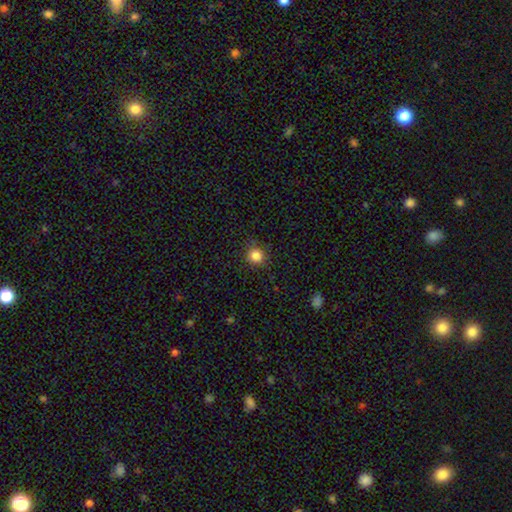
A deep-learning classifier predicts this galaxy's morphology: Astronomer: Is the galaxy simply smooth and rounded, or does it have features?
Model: smooth — 84%.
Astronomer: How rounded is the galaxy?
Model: round — 92%.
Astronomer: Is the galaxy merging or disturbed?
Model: none — 88%.